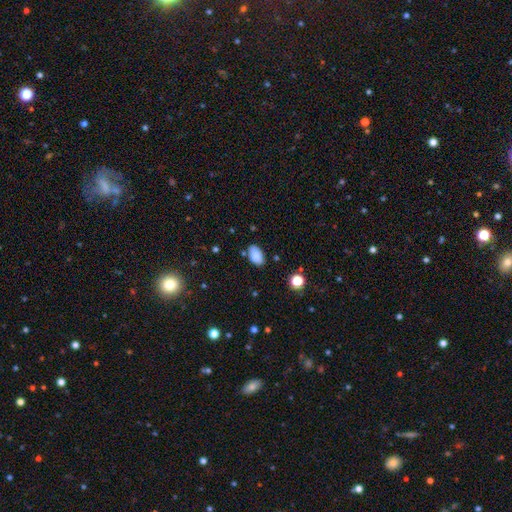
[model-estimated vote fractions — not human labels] This appears to be a smooth galaxy with no disk features (85%) that is in between round and cigar-shaped (92%). Merging: none (75%).